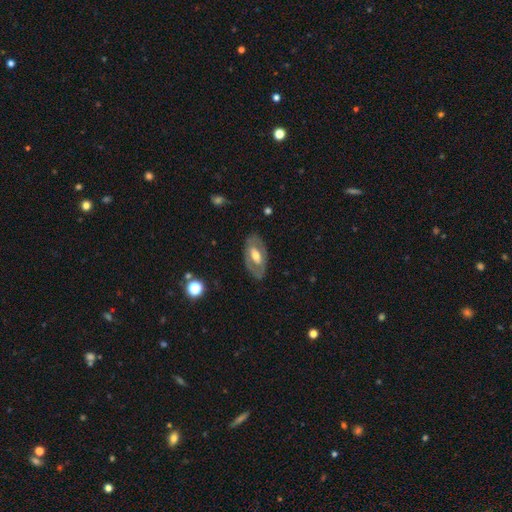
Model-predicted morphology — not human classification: This appears to be a featured or disk galaxy (61%) with no bar (40%), no spiral arms (65%) and a moderate central bulge (65%). Merging: none (79%).